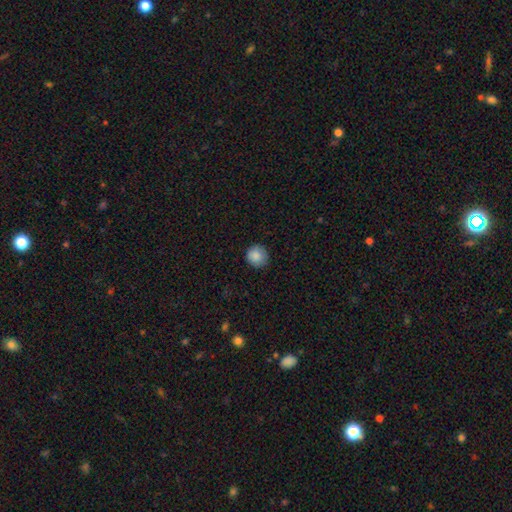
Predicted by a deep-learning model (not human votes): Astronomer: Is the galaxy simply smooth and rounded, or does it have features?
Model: smooth — 87%.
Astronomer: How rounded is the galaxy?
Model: round — 92%.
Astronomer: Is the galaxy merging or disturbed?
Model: none — 87%.